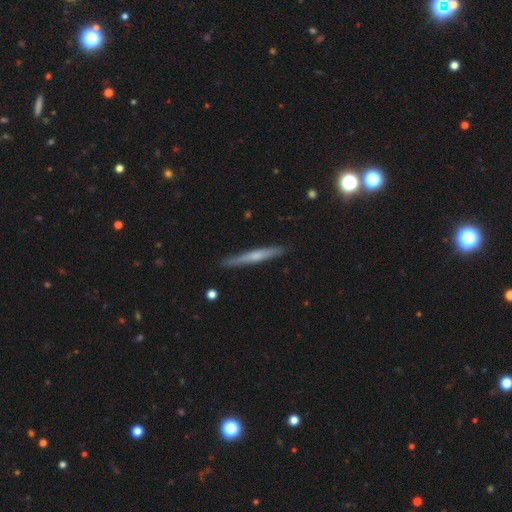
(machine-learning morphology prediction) This is possibly a featured or disk galaxy (55%). It is clearly viewed edge-on (97%). Edge-on bulge: possibly rounded (54%). Merging: clearly none (89%).